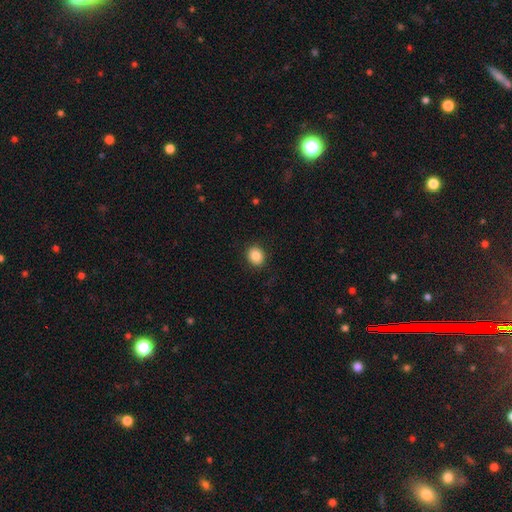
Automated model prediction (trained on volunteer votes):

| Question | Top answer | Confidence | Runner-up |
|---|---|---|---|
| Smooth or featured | smooth | 86% | star or artifact (9%) |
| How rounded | round | 65% | in between (34%) |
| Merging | none | 89% | minor disturbance (7%) |